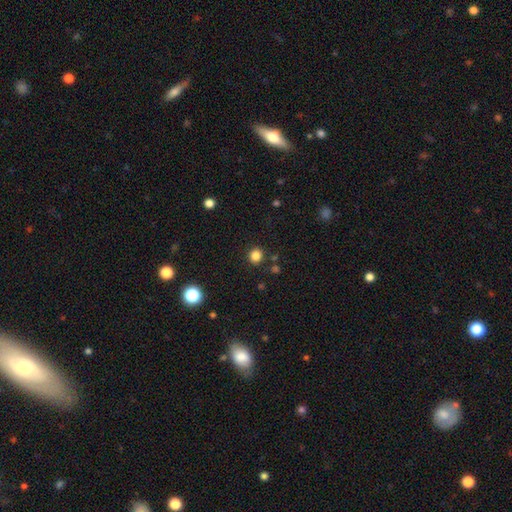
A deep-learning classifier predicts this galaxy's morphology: Q: Smooth or featured?
A: smooth (83%); runner-up: star or artifact (13%)
Q: How rounded?
A: round (86%); runner-up: in between (13%)
Q: Merging?
A: none (88%); runner-up: minor disturbance (7%)